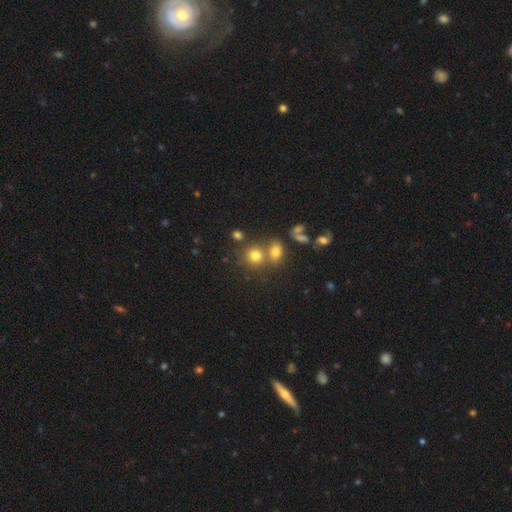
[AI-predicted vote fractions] Smooth or featured: smooth — 73% (star or artifact — 15%)
How rounded: round — 78% (in between — 20%)
Merging: none — 51% (merger — 35%)